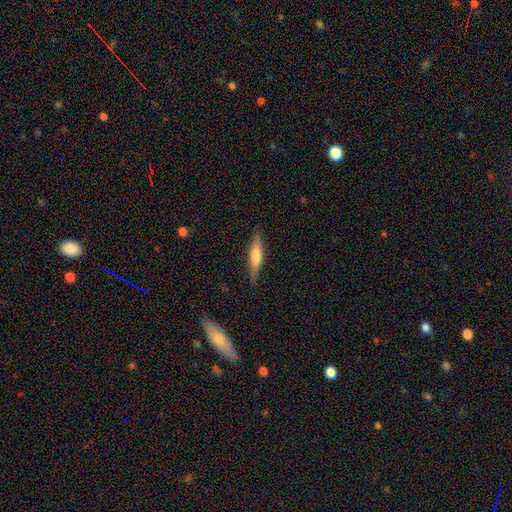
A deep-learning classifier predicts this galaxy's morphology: A featured or disk galaxy (48%).

Vote fractions:
- Smooth or featured? featured or disk: 48% / smooth: 46% / star or artifact: 6%
- Merging? none: 87% / minor disturbance: 10% / major disturbance: 2% / merger: 1%